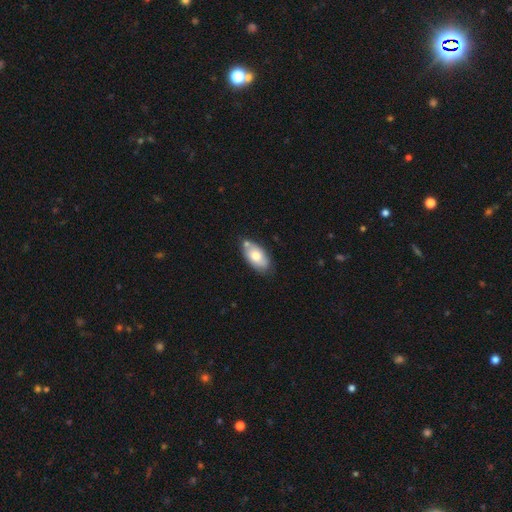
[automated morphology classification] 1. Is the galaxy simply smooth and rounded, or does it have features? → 67% smooth, 26% featured or disk, 7% star or artifact.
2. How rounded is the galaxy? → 92% in between, 4% round, 4% cigar-shaped.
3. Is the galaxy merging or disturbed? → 64% none, 20% minor disturbance, 12% merger, 4% major disturbance.